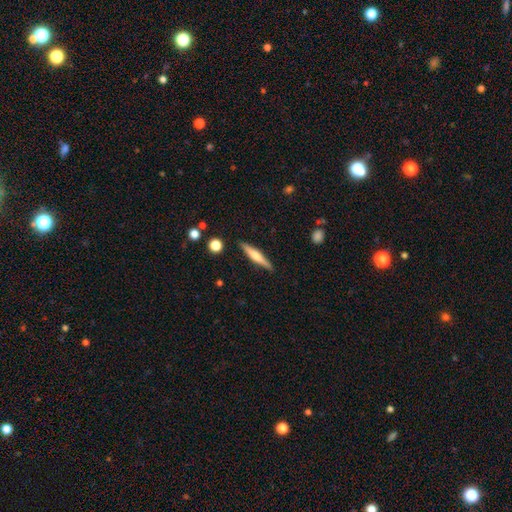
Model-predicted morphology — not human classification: featured or disk 54%, smooth 40%, star or artifact 6%. Down the decision tree: edge-on disk — yes (97%); edge-on bulge — rounded (72%); merging — none (89%).